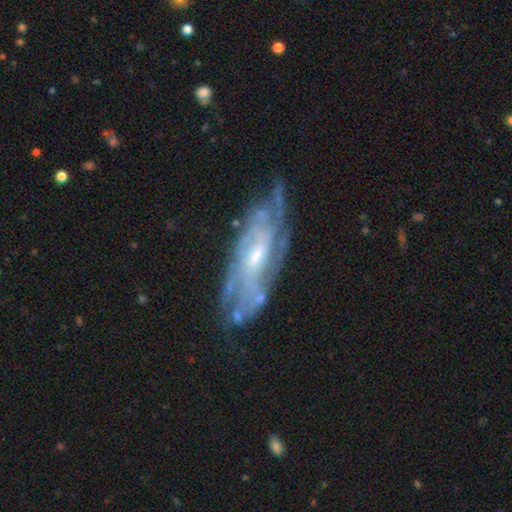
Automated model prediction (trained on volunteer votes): featured or disk 83%, smooth 10%, star or artifact 7%. Down the decision tree: edge-on disk — no (85%); bar — no (52%); spiral arms — yes (90%); spiral arm count — can't tell (54%); spiral winding — tight (60%); bulge size — small (52%); merging — none (68%).